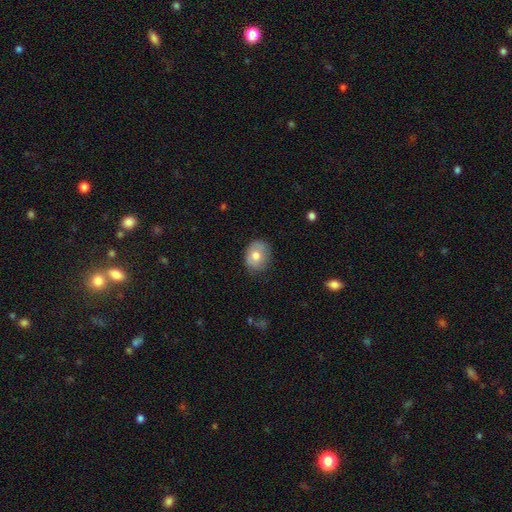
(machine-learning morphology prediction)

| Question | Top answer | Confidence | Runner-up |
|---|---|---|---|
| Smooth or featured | smooth | 72% | featured or disk (20%) |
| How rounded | round | 58% | in between (41%) |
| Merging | none | 75% | minor disturbance (20%) |